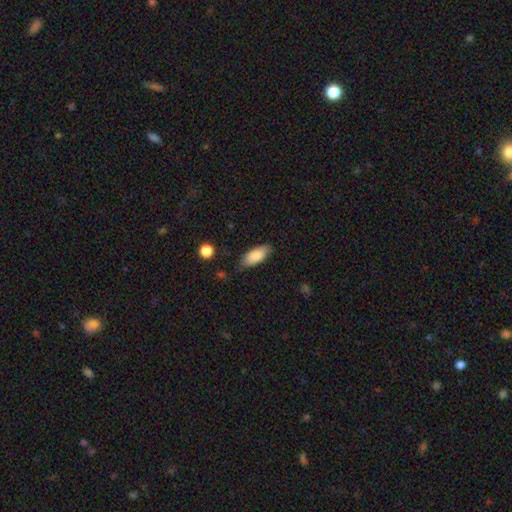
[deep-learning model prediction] Q: Smooth or featured?
A: smooth (86%); runner-up: featured or disk (7%)
Q: How rounded?
A: in between (81%); runner-up: cigar-shaped (18%)
Q: Merging?
A: none (80%); runner-up: minor disturbance (15%)